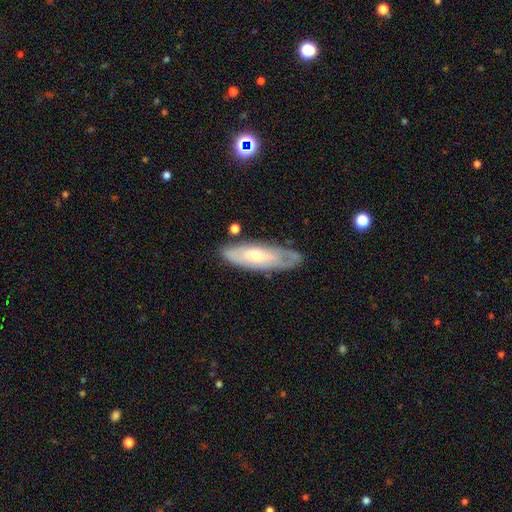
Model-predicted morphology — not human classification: Smooth or featured? Predicted: featured or disk (p=0.56). Edge-on disk? Predicted: no (p=0.73). Merging? Predicted: none (p=0.69).